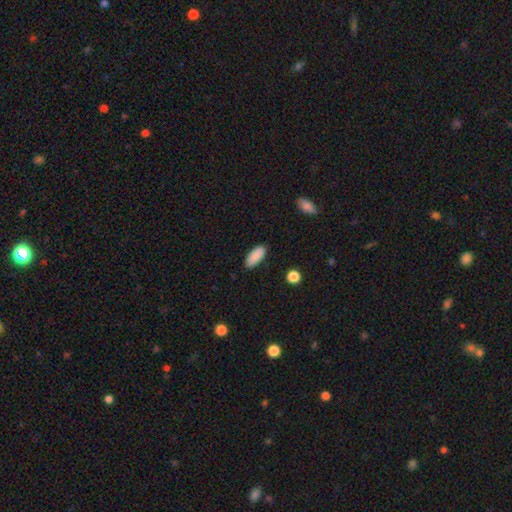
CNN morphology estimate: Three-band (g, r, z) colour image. It shows a smooth galaxy with no disk features (89%) that is in between round and cigar-shaped (85%). Merging: none (87%).